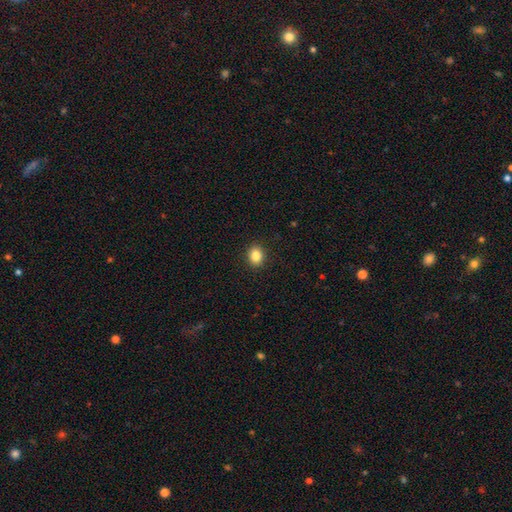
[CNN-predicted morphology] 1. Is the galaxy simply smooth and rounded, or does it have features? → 85% smooth, 10% star or artifact, 5% featured or disk.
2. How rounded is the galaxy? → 57% round, 42% in between, 1% cigar-shaped.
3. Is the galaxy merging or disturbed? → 91% none, 6% minor disturbance, 2% major disturbance, 1% merger.